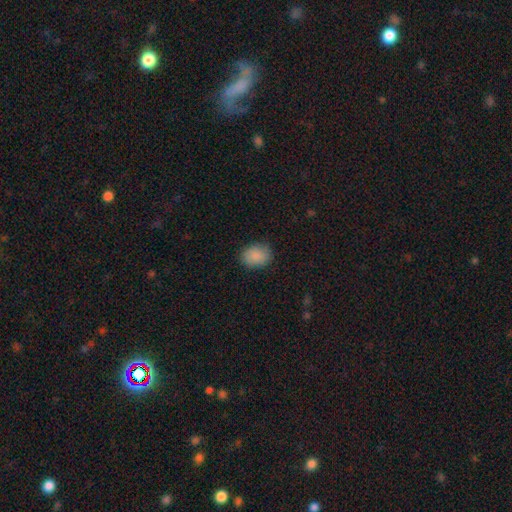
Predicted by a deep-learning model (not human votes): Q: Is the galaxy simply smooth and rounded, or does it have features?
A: smooth — 88%.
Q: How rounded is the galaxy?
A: in between — 56%.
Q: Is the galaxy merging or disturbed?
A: none — 84%.